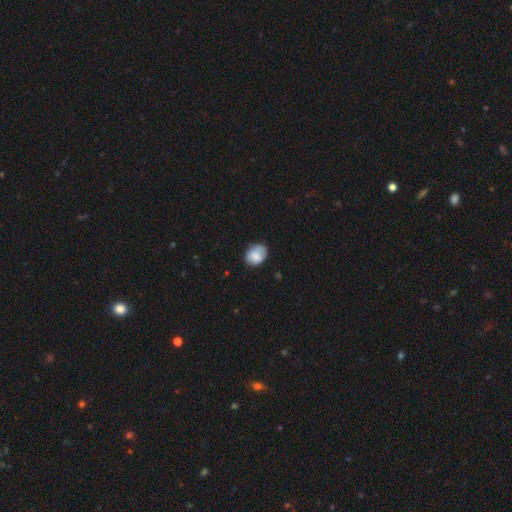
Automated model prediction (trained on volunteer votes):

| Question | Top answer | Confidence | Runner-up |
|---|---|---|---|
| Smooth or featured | smooth | 80% | featured or disk (12%) |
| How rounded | in between | 65% | round (35%) |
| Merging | none | 65% | minor disturbance (27%) |